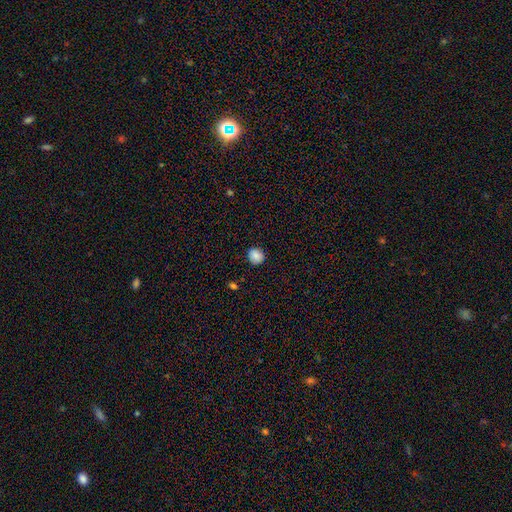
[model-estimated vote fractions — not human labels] A smooth galaxy with no disk features (87%) that is round (84%). Merging: none (88%).